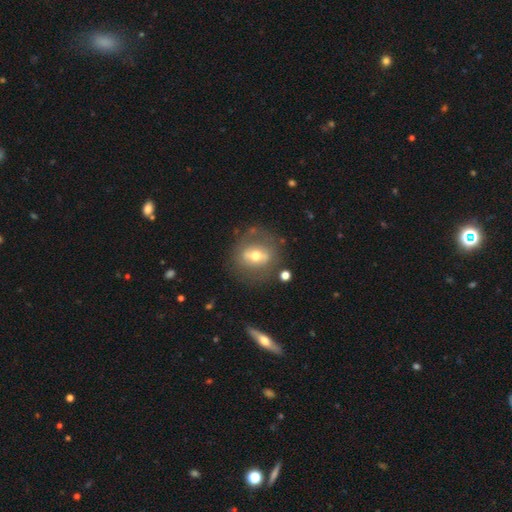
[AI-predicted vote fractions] smooth-or-featured: featured or disk: 57% | smooth: 35% | star or artifact: 8%
  disk-edge-on: no: 84% | yes: 16%
  merging: none: 71% | minor disturbance: 16% | major disturbance: 10% | merger: 3%